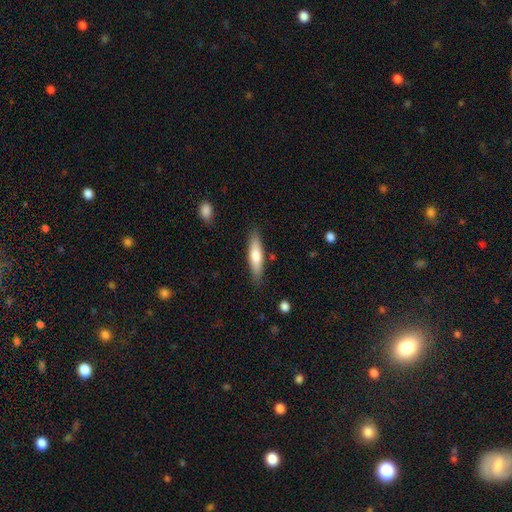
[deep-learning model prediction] Smooth or featured: smooth — 67% (featured or disk — 27%)
How rounded: cigar-shaped — 71% (in between — 27%)
Merging: none — 85% (minor disturbance — 11%)